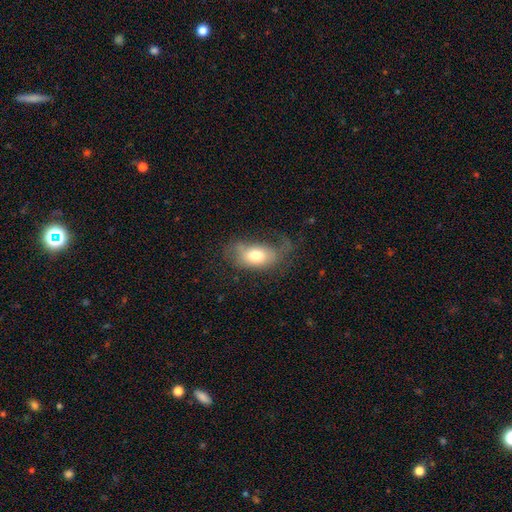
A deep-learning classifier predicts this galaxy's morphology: Q: Smooth or featured?
A: smooth (71%); runner-up: featured or disk (21%)
Q: How rounded?
A: in between (91%); runner-up: round (7%)
Q: Merging?
A: none (41%); runner-up: minor disturbance (28%)